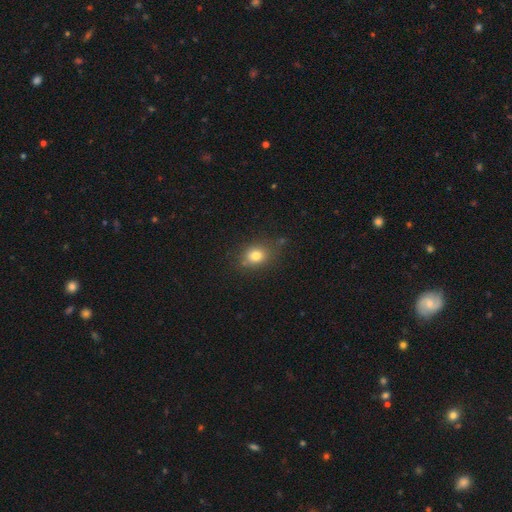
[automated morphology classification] type=smooth (79%); roundness=round (51%); merging=none (74%).